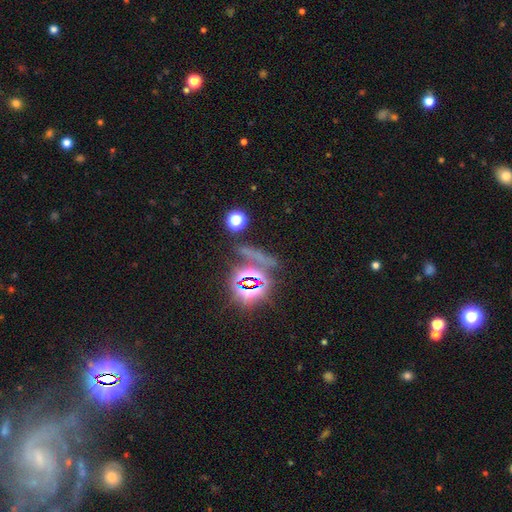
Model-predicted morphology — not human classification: A star or artifact, not a galaxy (65%).